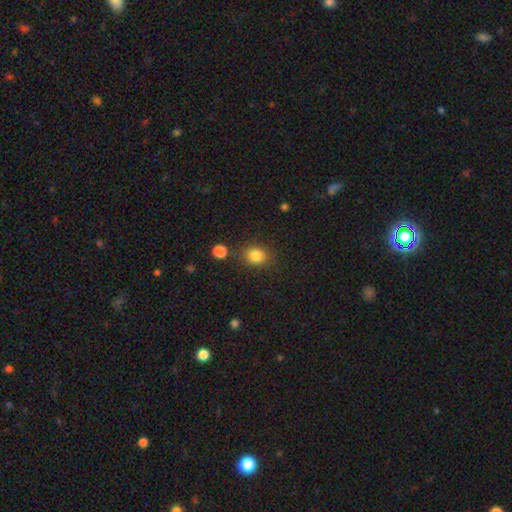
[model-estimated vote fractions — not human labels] smooth 83%, star or artifact 12%, featured or disk 5%. Down the decision tree: how rounded — round (64%); merging — none (81%).